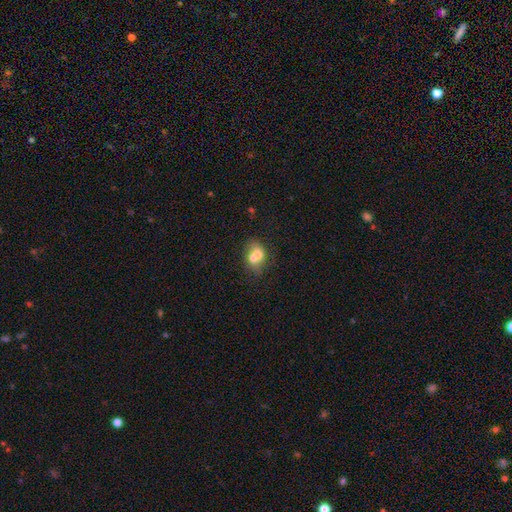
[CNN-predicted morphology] Smooth or featured?
  - smooth: 65% *
  - featured or disk: 25%
  - star or artifact: 10%
How rounded?
  - in between: 55% *
  - round: 43%
  - cigar-shaped: 1%
Merging?
  - merger: 56% *
  - none: 30%
  - minor disturbance: 10%
  - major disturbance: 5%